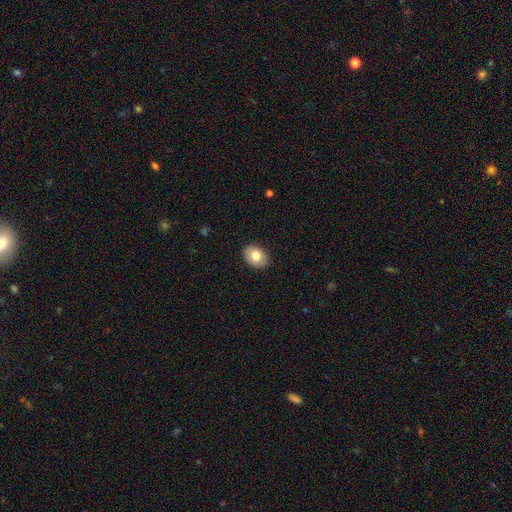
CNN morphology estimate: type=smooth (80%); roundness=in between (73%); merging=none (89%).